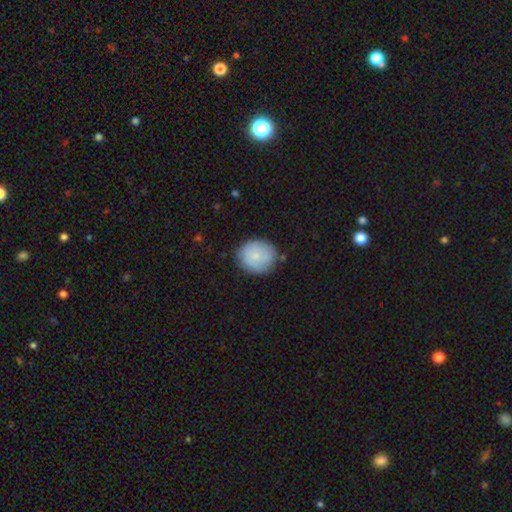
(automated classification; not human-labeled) Smooth or featured: smooth — 75% (featured or disk — 18%)
How rounded: round — 83% (in between — 16%)
Merging: none — 75% (minor disturbance — 19%)